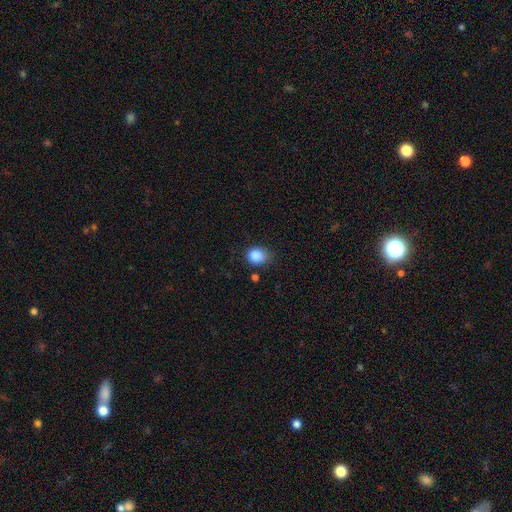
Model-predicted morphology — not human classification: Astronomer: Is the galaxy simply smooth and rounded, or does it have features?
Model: smooth — 87%.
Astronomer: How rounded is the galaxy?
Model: round — 60% (runner-up: in between, 40%).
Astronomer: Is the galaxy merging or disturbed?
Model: none — 68%.